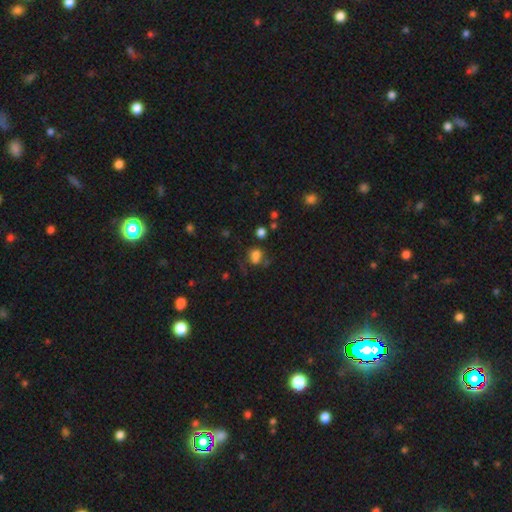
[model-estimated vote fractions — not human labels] smooth 68%, star or artifact 21%, featured or disk 11%. Down the decision tree: how rounded — round (53%); merging — none (48%).